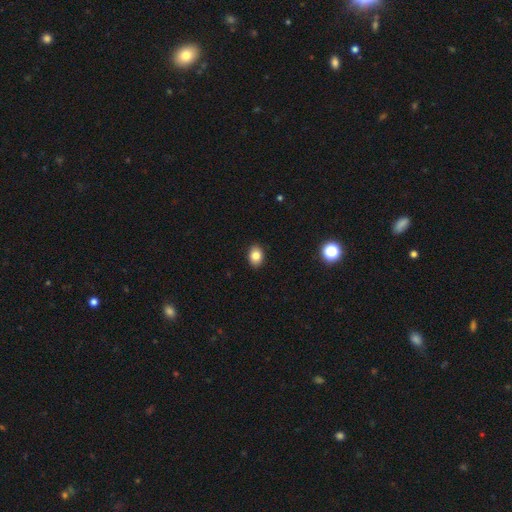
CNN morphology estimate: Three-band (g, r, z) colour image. It shows a smooth galaxy with no disk features (83%) that is in between round and cigar-shaped (73%). Merging: none (90%).